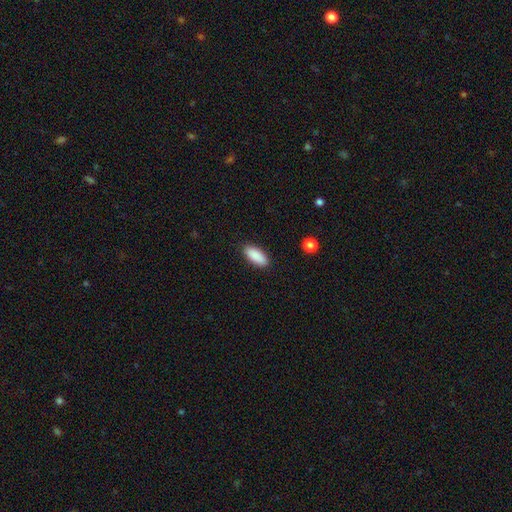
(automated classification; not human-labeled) smooth_or_featured: smooth (p=0.89) [alt: star or artifact p=0.06]
how_rounded: in between (p=0.81) [alt: cigar-shaped p=0.17]
merging: none (p=0.89) [alt: minor disturbance p=0.08]